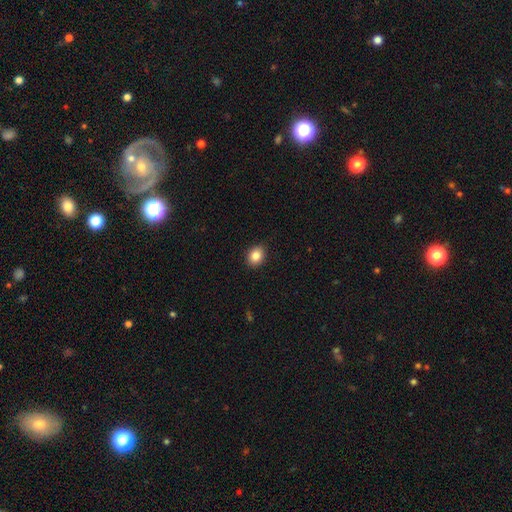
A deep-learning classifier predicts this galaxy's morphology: A smooth galaxy with no disk features (86%) that is in between round and cigar-shaped (50%). Merging: none (90%).